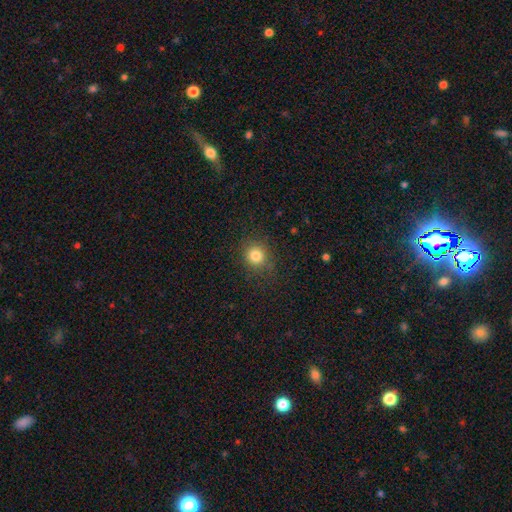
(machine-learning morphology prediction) This is clearly a smooth galaxy (82%). How rounded: clearly round (88%). Merging: clearly none (86%).